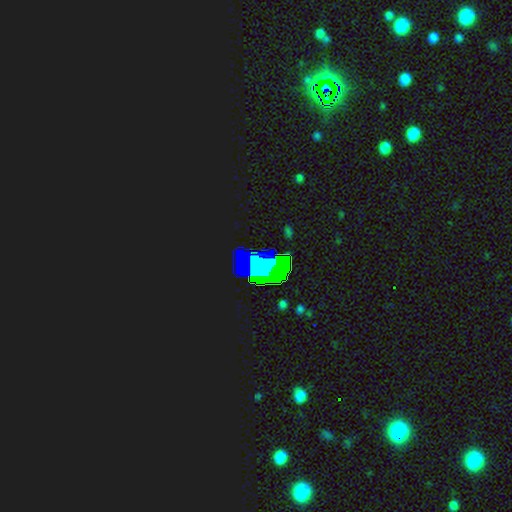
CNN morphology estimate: smooth_or_featured: star or artifact (p=0.60) [alt: smooth p=0.20]